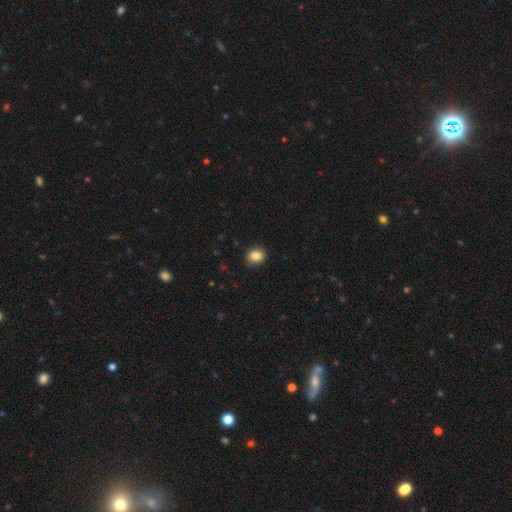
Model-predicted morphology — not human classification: Smooth or featured: smooth — 86% (star or artifact — 9%)
How rounded: round — 61% (in between — 38%)
Merging: none — 88% (minor disturbance — 9%)